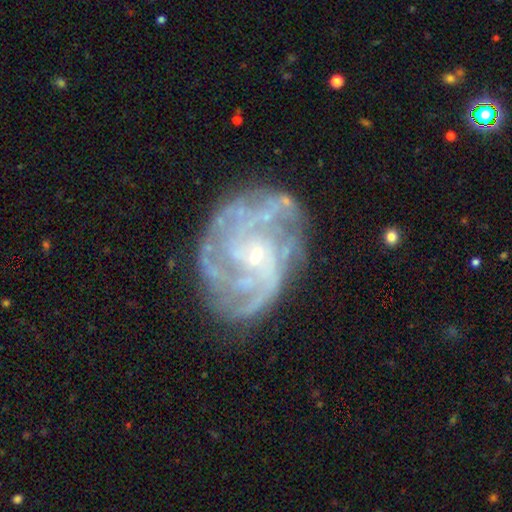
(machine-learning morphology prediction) This is clearly a featured or disk galaxy (87%). It is clearly not viewed edge-on (98%). Bar: likely no (65%). Spiral arm pattern: clearly yes (95%). Spiral arm count: marginally can't tell (29%). Spiral winding: possibly tight (54%). Central bulge: likely small (78%). Merging: likely none (69%).